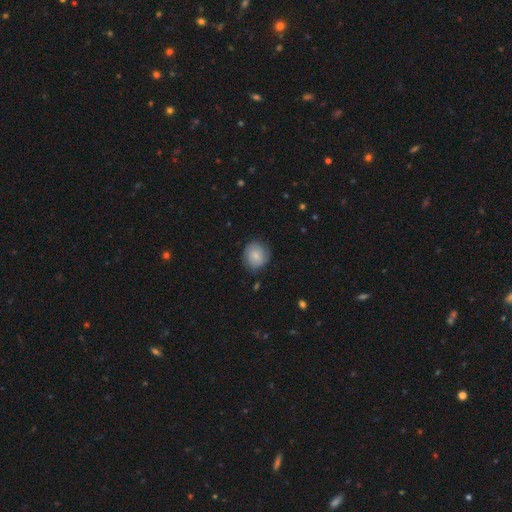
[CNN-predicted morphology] Smooth or featured: smooth — 69% (featured or disk — 23%)
How rounded: round — 85% (in between — 14%)
Merging: none — 81% (minor disturbance — 14%)